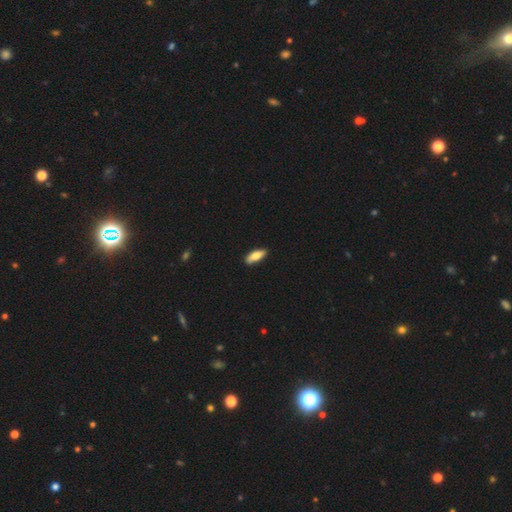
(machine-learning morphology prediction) smooth-or-featured: smooth: 75% | featured or disk: 19% | star or artifact: 5%
  how-rounded: in between: 68% | cigar-shaped: 30% | round: 2%
  merging: none: 88% | minor disturbance: 10% | major disturbance: 2% | merger: 1%